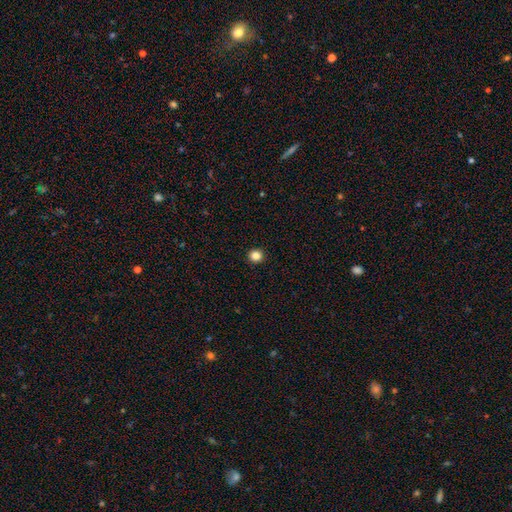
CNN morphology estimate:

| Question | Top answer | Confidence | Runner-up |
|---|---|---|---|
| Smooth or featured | smooth | 85% | star or artifact (12%) |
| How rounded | round | 93% | in between (6%) |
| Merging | none | 94% | minor disturbance (4%) |